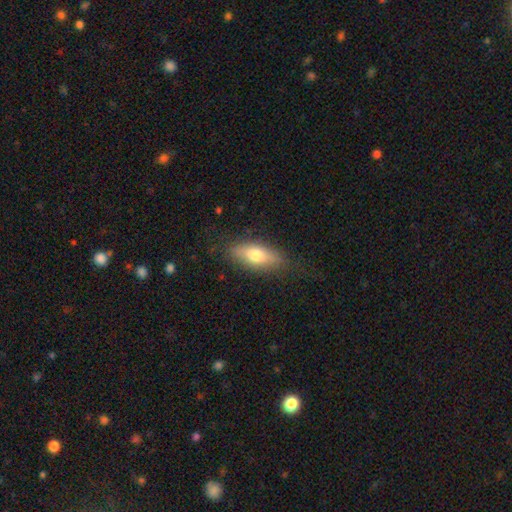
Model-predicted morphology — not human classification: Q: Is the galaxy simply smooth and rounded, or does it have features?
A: smooth — 69%.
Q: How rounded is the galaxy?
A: in between — 72%.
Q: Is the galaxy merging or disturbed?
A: none — 81%.